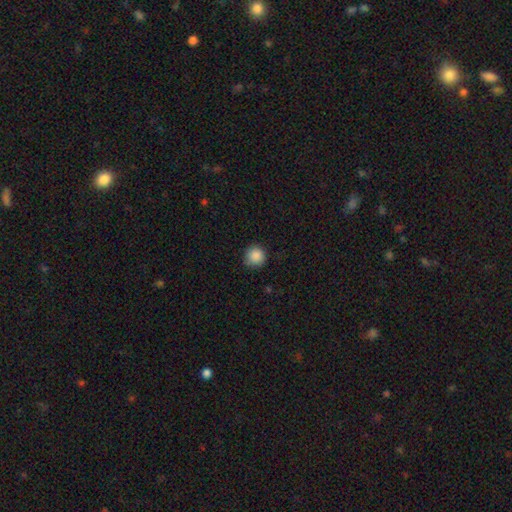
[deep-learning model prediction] Overall: smooth (88%). How rounded: round (94%). Merging: none (82%).